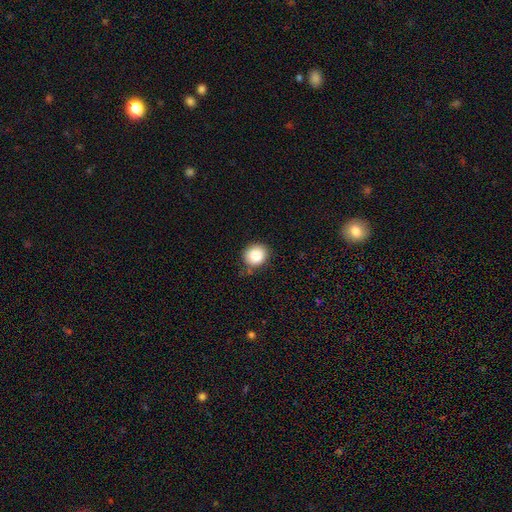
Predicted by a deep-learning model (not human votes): The model was most divided on "merging": none: 80%, minor disturbance: 15%, major disturbance: 3%, merger: 2%. More confident: smooth or featured — smooth (86%); how rounded — round (83%).